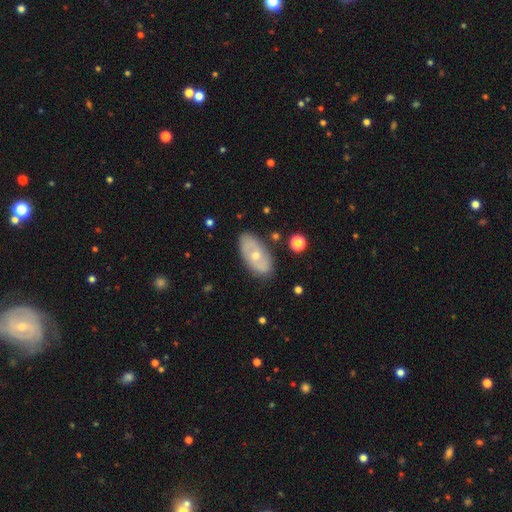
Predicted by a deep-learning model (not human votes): smooth_or_featured: featured or disk (p=0.51) [alt: smooth p=0.42]
disk_edge_on: no (p=0.88) [alt: yes p=0.12]
merging: none (p=0.80) [alt: minor disturbance p=0.14]